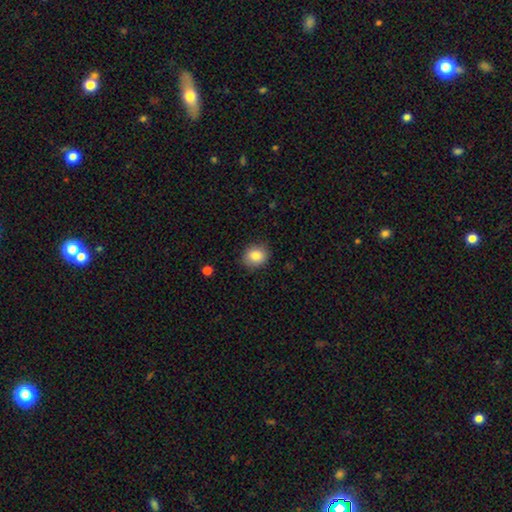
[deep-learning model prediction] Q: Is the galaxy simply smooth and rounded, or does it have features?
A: smooth — 84%.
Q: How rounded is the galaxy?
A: round — 69%.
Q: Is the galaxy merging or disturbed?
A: none — 86%.